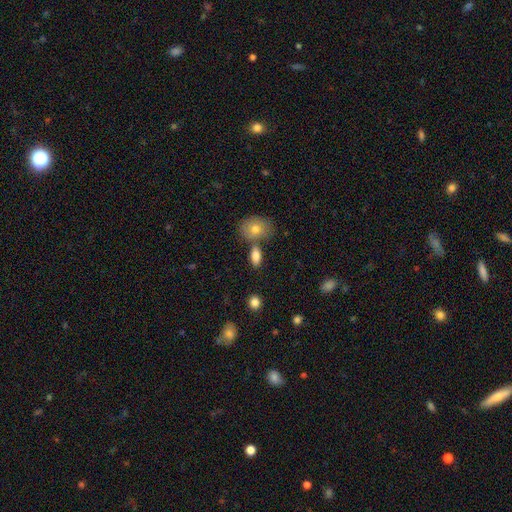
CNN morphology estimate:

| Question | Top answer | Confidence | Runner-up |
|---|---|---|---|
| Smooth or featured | smooth | 82% | featured or disk (10%) |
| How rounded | in between | 85% | round (9%) |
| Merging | none | 65% | merger (19%) |